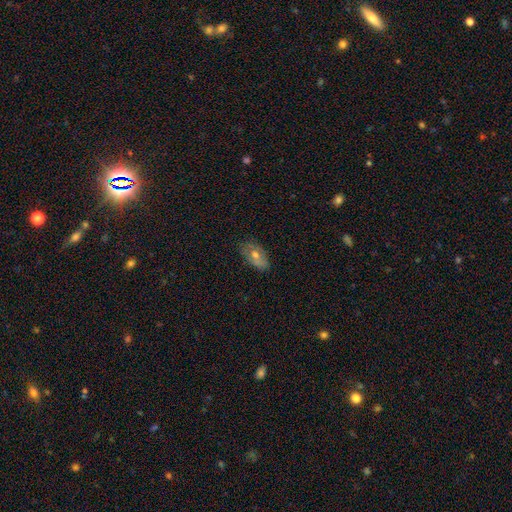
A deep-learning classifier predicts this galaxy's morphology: Smooth or featured? Predicted: smooth (p=0.50). Merging? Predicted: none (p=0.78).